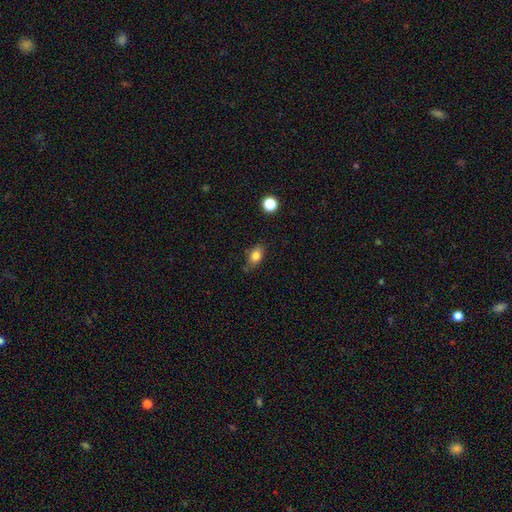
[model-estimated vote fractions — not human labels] Smooth or featured: smooth — 81% (star or artifact — 10%)
How rounded: in between — 79% (round — 17%)
Merging: none — 77% (minor disturbance — 17%)